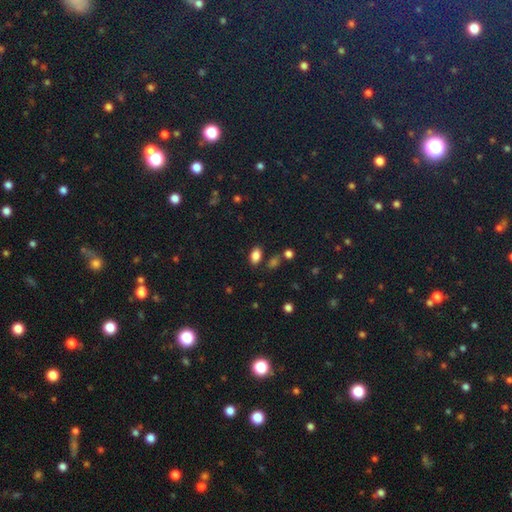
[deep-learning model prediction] Morphology: type=smooth (84%); roundness=in between (90%); merging=none (80%).